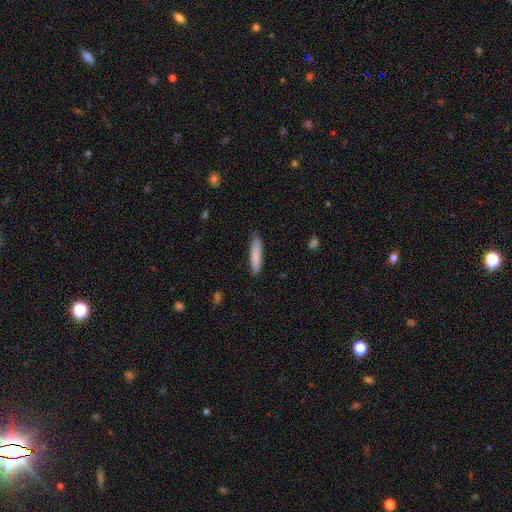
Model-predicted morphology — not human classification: smooth-or-featured: smooth: 84% | featured or disk: 10% | star or artifact: 6%
  how-rounded: cigar-shaped: 86% | in between: 13% | round: 1%
  merging: none: 86% | minor disturbance: 11% | major disturbance: 2% | merger: 1%